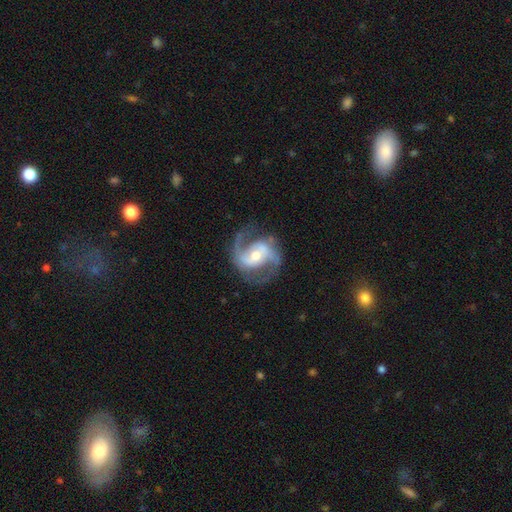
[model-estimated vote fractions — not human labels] This appears to be a featured or disk galaxy (90%) with a weak bar (42%), 2 (91%) medium (56%) spiral arms (97%) and a moderate central bulge (61%). Merging: none (75%).